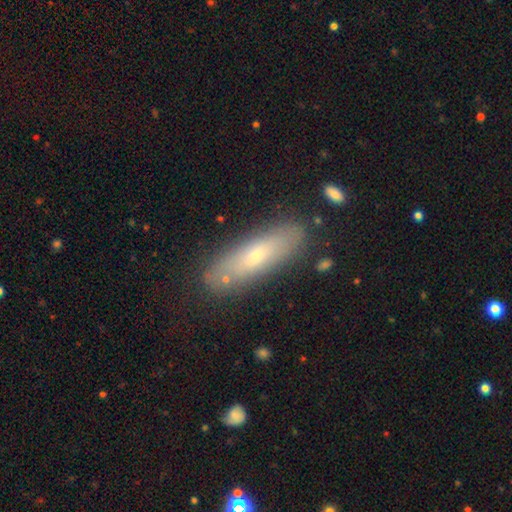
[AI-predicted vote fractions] smooth-or-featured: smooth: 62% | featured or disk: 30% | star or artifact: 7%
  how-rounded: cigar-shaped: 59% | in between: 39% | round: 2%
  merging: none: 81% | minor disturbance: 13% | merger: 3% | major disturbance: 3%